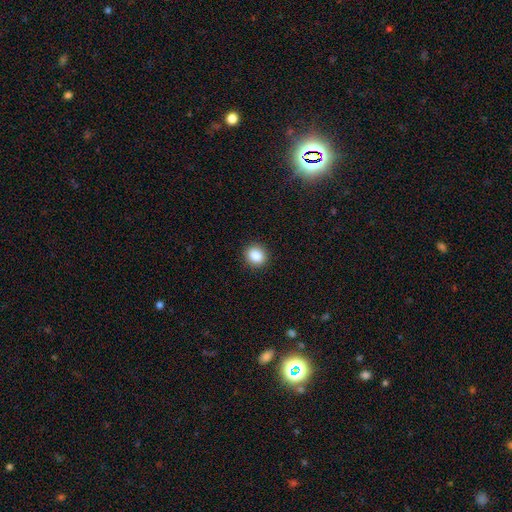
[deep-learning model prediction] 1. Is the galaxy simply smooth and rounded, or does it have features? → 86% smooth, 10% star or artifact, 5% featured or disk.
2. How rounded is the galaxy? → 78% round, 21% in between, 1% cigar-shaped.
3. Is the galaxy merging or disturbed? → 91% none, 6% minor disturbance, 2% major disturbance, 1% merger.